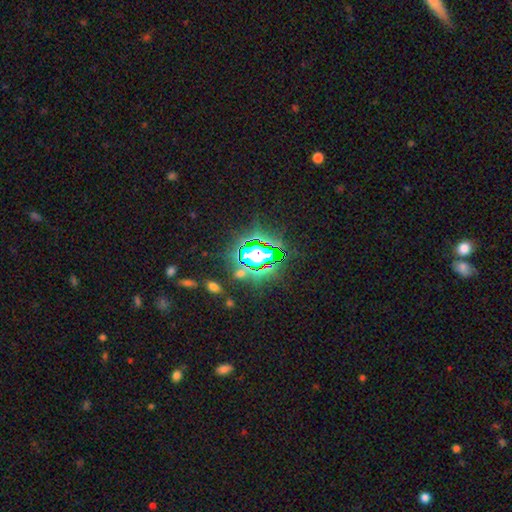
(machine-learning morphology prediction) Q: Smooth or featured?
A: star or artifact (73%); runner-up: smooth (17%)